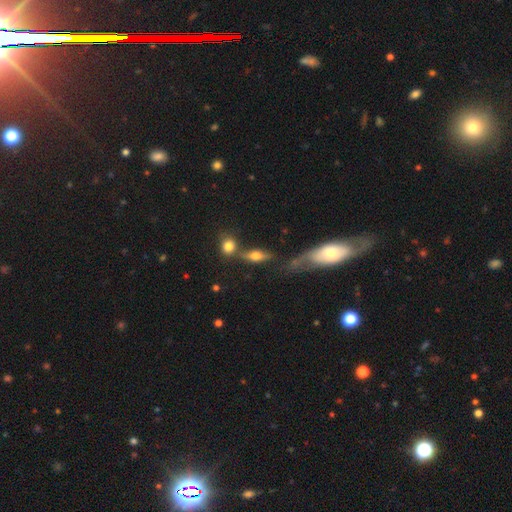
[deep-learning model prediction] Overall: smooth (52%; featured or disk 37%). How rounded: in between (60%; cigar-shaped 29%). Merging: none (50%; merger 25%).